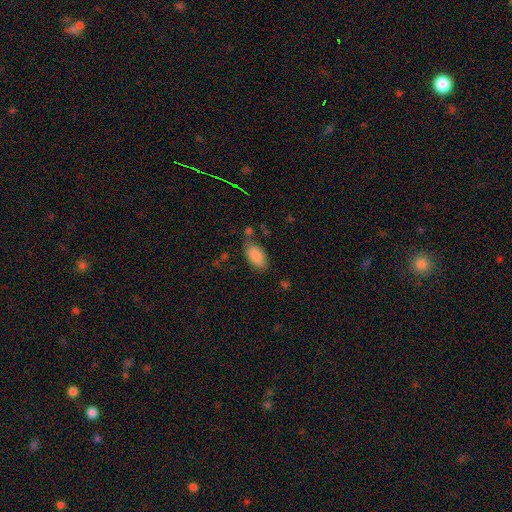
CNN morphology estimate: smooth 86%, star or artifact 7%, featured or disk 7%. Down the decision tree: how rounded — in between (94%); merging — none (69%).